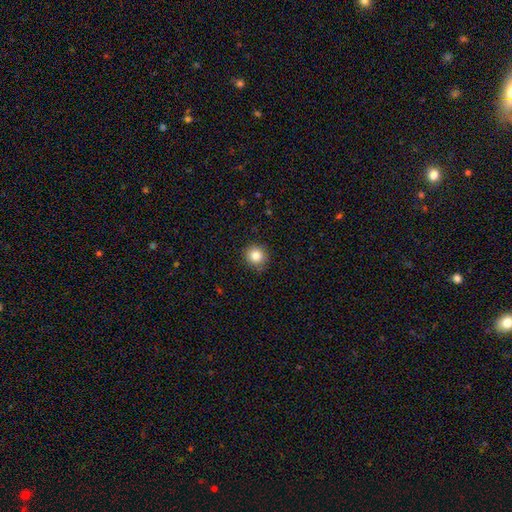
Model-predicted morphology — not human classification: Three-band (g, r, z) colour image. It shows a smooth galaxy with no disk features (83%) that is round (93%). Merging: none (88%).